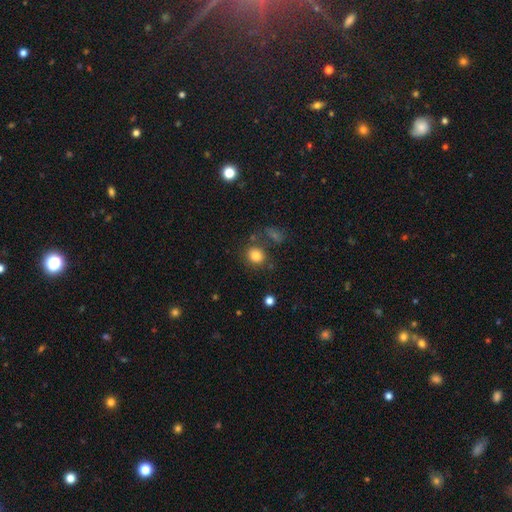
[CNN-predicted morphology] Overall: smooth (82%). How rounded: round (75%). Merging: none (74%).